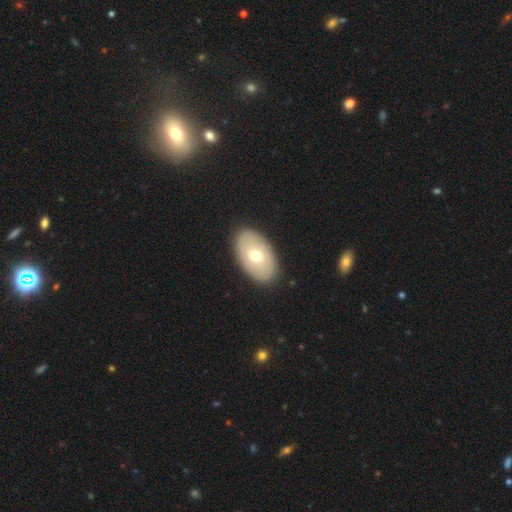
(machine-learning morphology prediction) Overall: smooth (63%; featured or disk 32%). How rounded: in between (93%). Merging: none (89%).